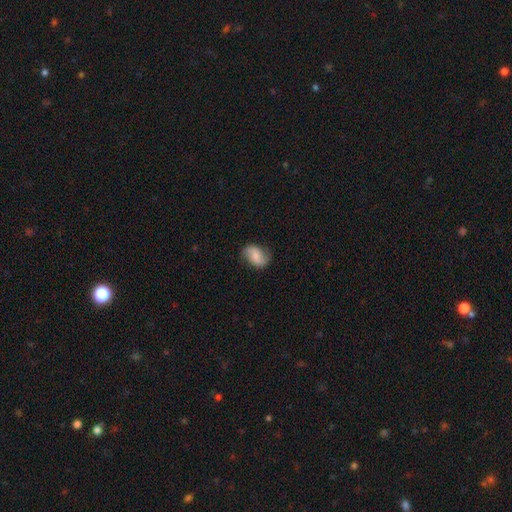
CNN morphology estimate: The model was most divided on "smooth or featured": smooth: 59%, featured or disk: 33%, star or artifact: 8%. More confident: how rounded — in between (81%); merging — none (73%).